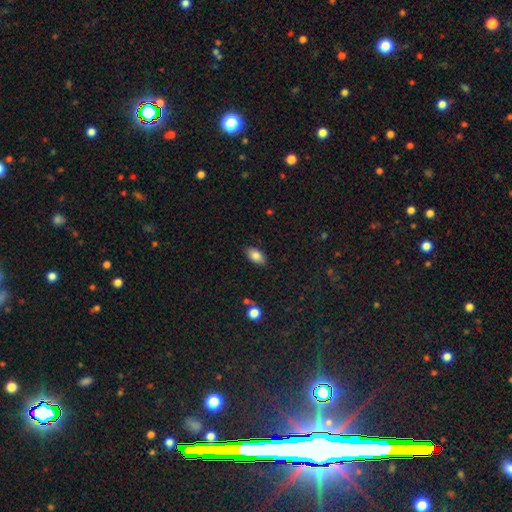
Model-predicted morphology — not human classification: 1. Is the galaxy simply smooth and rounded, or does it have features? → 83% smooth, 8% featured or disk, 8% star or artifact.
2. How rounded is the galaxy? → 91% in between, 5% round, 3% cigar-shaped.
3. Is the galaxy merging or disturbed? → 85% none, 11% minor disturbance, 2% major disturbance, 1% merger.